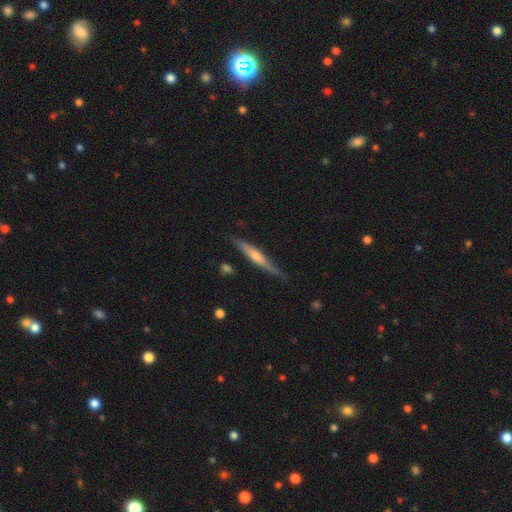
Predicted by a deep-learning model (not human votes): Smooth or featured? featured or disk (67%)
Edge-on disk? yes (96%)
Edge-on bulge? rounded (72%)
Merging? none (84%)